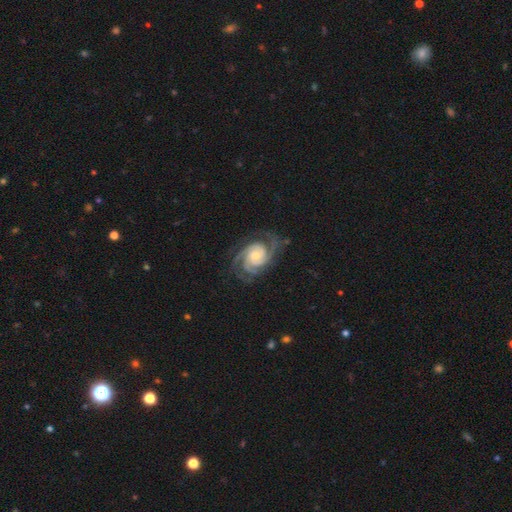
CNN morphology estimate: Overall: featured or disk (92%). Edge-on disk: no (98%). Bar: no (64%; weak 28%). Spiral arms: yes (99%). Spiral arm count: 3 (42%; 2 20%). Spiral winding: tight (66%; medium 30%). Bulge size: moderate (49%; small 43%). Merging: none (73%).